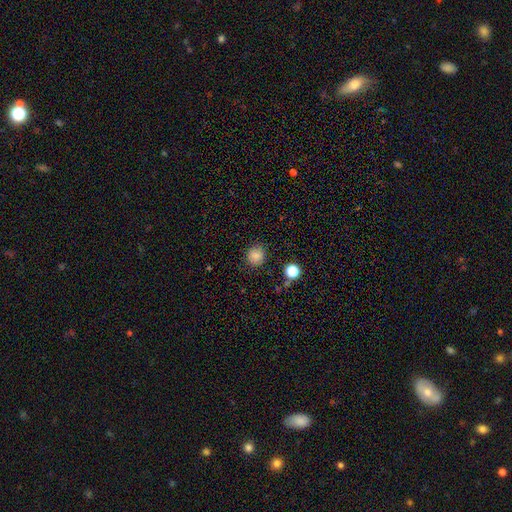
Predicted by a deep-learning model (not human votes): smooth 83%, star or artifact 11%, featured or disk 5%. Down the decision tree: how rounded — round (89%); merging — none (86%).